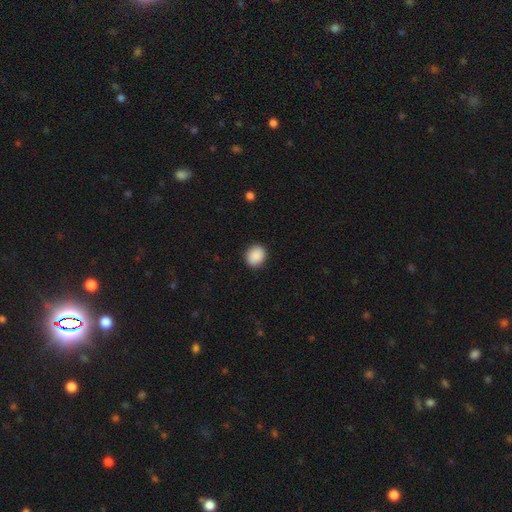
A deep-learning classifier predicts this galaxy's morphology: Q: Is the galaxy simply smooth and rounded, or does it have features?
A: smooth — 90%.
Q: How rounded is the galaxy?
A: round — 77%.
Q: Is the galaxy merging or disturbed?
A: none — 90%.